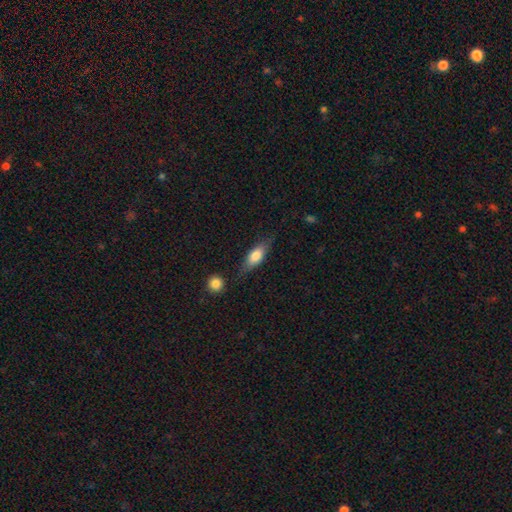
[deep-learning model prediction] Smooth or featured: smooth — 67% (featured or disk — 27%)
How rounded: in between — 63% (cigar-shaped — 33%)
Merging: none — 72% (minor disturbance — 19%)